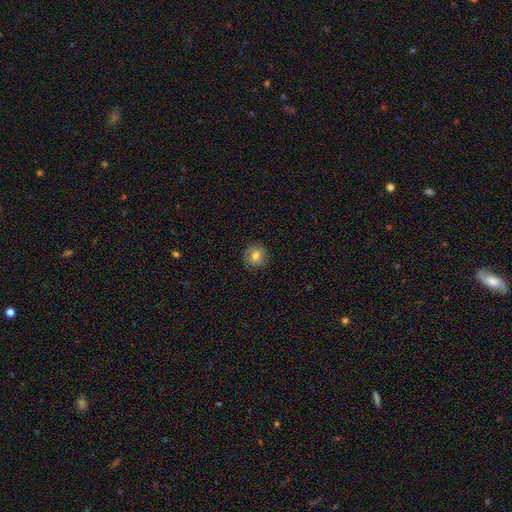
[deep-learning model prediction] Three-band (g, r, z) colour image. It shows a smooth galaxy with no disk features (72%) that is round (90%). Merging: none (84%).